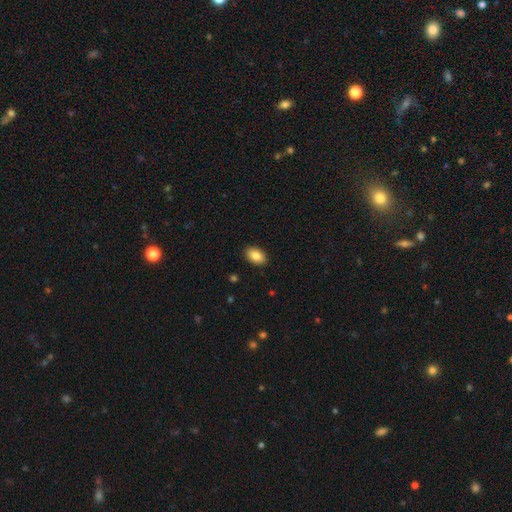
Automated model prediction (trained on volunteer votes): Smooth or featured? smooth (87%)
How rounded? in between (91%)
Merging? none (90%)